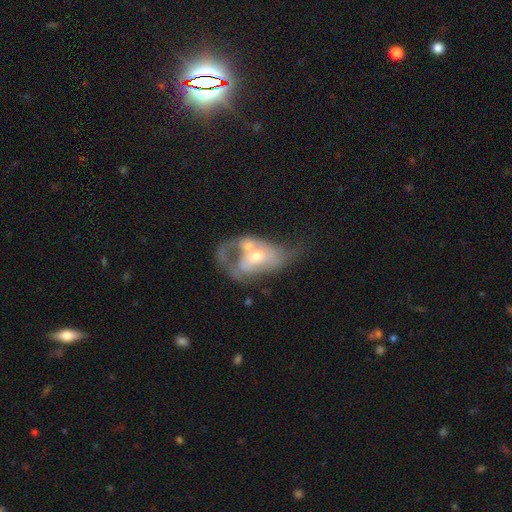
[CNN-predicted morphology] The model was most divided on "spiral arms": no: 51%, yes: 49%. Remaining: edge-on disk — no (95%); bar — no (70%); smooth or featured — featured or disk (63%); bulge size — moderate (60%); merging — merger (47%).